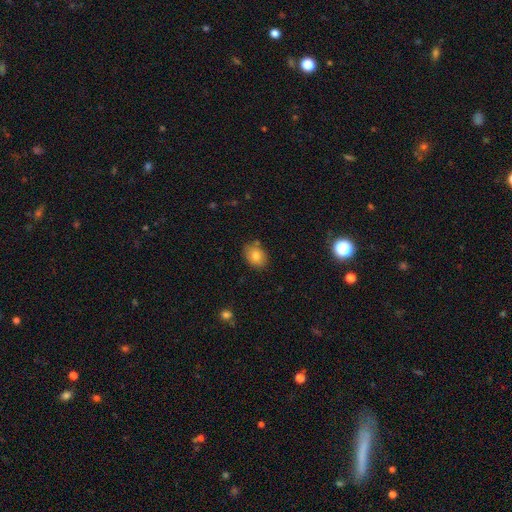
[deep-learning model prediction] smooth_or_featured: smooth (p=0.81) [alt: featured or disk p=0.10]
how_rounded: in between (p=0.64) [alt: round p=0.35]
merging: none (p=0.80) [alt: minor disturbance p=0.13]